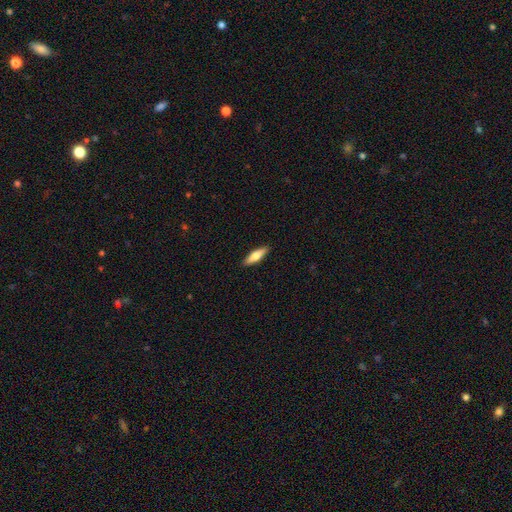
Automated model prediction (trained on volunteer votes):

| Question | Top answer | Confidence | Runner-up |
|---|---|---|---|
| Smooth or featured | smooth | 69% | featured or disk (26%) |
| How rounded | cigar-shaped | 57% | in between (41%) |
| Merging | none | 89% | minor disturbance (8%) |